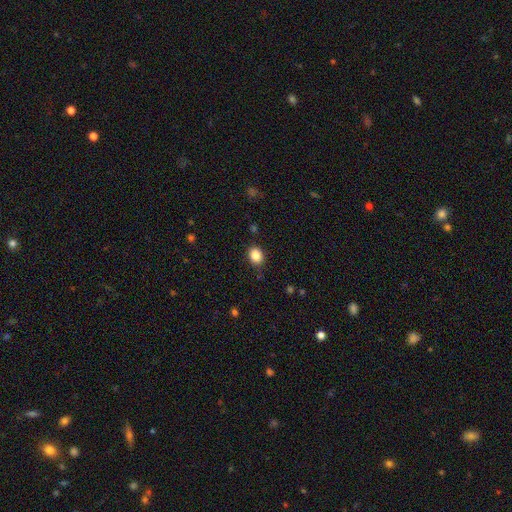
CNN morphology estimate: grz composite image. It shows a smooth galaxy with no disk features (86%) that is in between round and cigar-shaped (51%). Merging: none (85%).